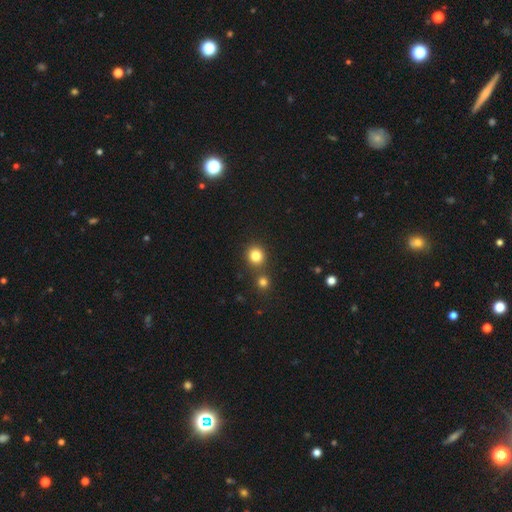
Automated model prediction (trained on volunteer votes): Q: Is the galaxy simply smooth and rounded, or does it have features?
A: smooth — 81%.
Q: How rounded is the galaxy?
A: round — 87%.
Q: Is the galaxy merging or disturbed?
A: none — 75%.